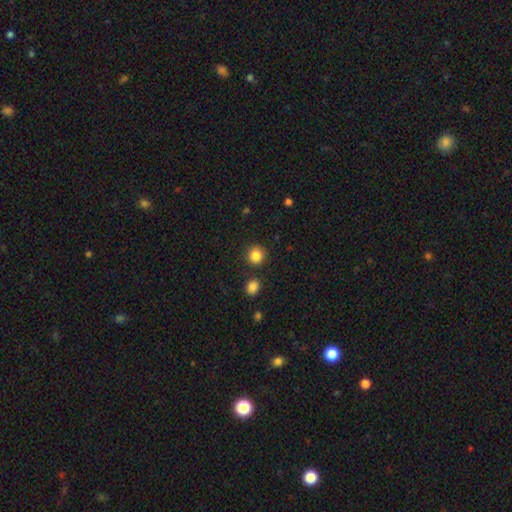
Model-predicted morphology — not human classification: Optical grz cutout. It shows a smooth galaxy with no disk features (86%) that is round (92%). Merging: none (87%).